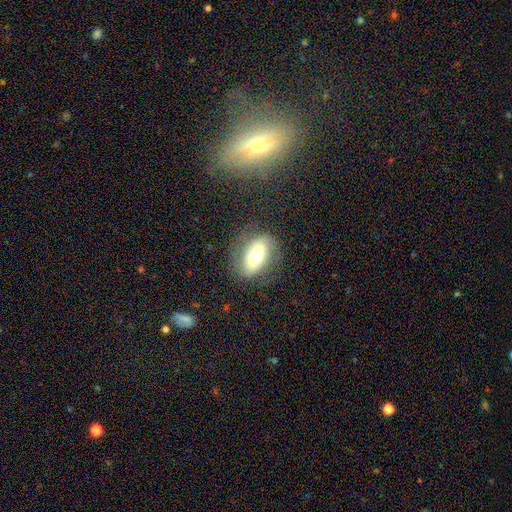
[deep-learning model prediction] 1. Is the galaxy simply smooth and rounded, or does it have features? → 51% smooth, 41% featured or disk, 9% star or artifact.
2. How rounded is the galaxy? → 80% in between, 17% round, 3% cigar-shaped.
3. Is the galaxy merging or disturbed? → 75% none, 16% minor disturbance, 8% major disturbance, 1% merger.